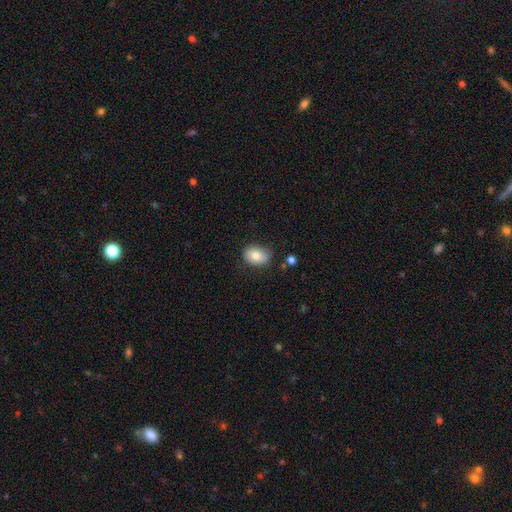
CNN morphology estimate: A smooth galaxy with no disk features (79%) that is in between round and cigar-shaped (72%). Merging: none (75%).